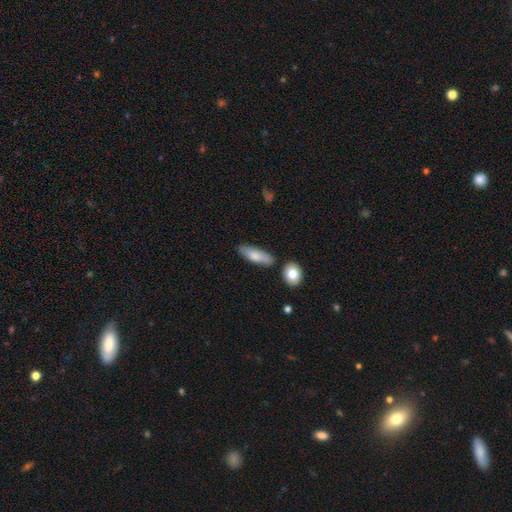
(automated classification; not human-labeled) This is likely a smooth galaxy (77%). How rounded: possibly in between (58%). Merging: likely none (72%).